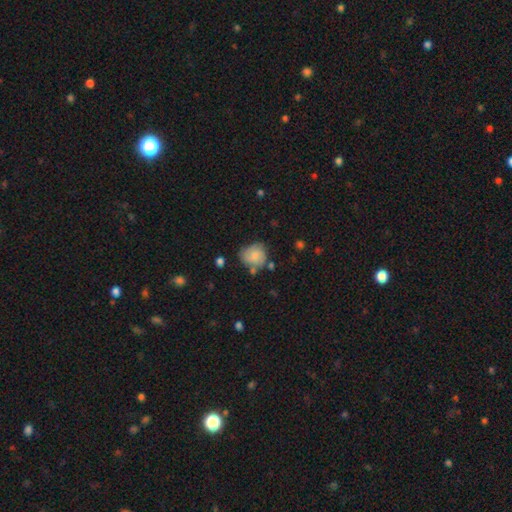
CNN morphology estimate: smooth 64%, featured or disk 28%, star or artifact 8%. Down the decision tree: how rounded — round (71%); merging — none (54%).